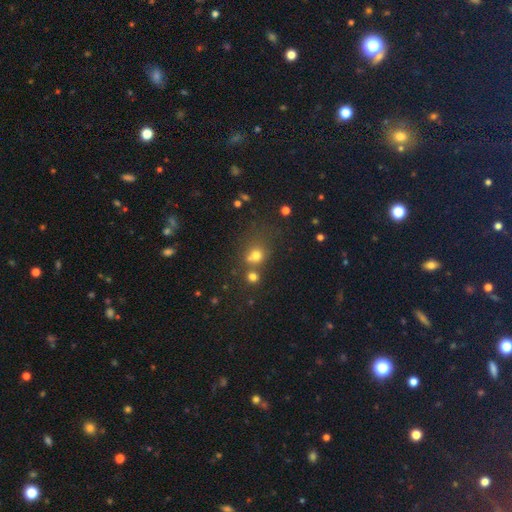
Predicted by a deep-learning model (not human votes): A smooth galaxy with no disk features (70%) that is round (72%). Merging: none (44%).